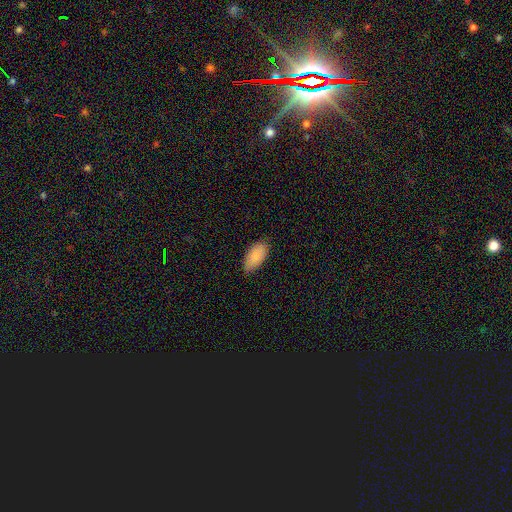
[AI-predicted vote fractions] Smooth or featured? Predicted: smooth (p=0.87). How rounded? Predicted: in between (p=0.94). Merging? Predicted: none (p=0.79).